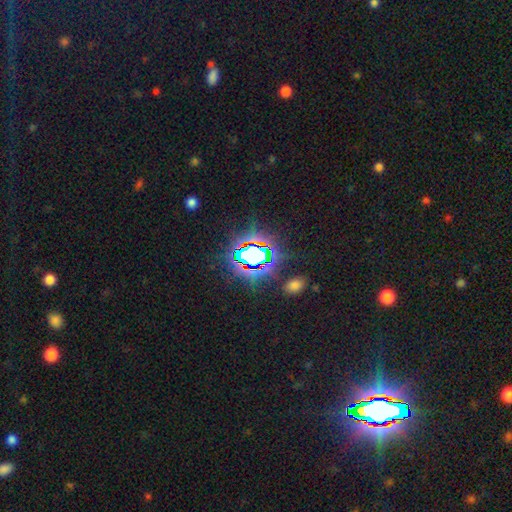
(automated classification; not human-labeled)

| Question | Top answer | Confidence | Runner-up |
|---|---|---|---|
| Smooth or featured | star or artifact | 71% | smooth (17%) |